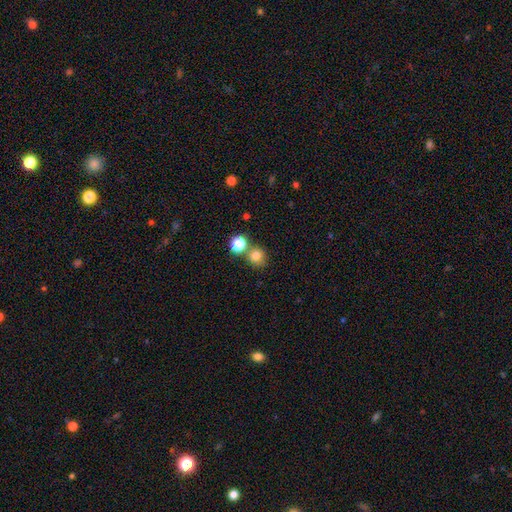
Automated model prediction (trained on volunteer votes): Morphology: type=smooth (79%); roundness=round (82%); merging=none (61%).